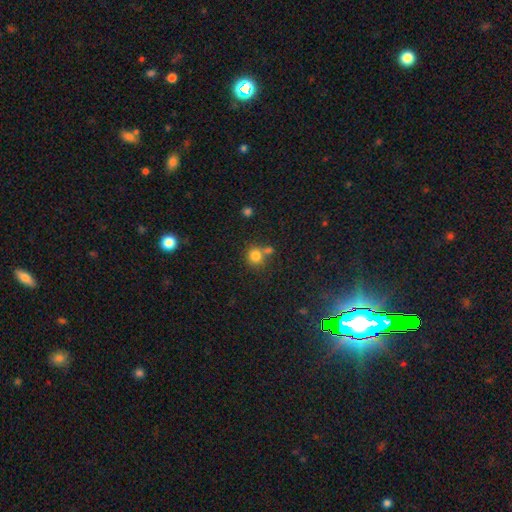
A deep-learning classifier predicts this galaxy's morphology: smooth_or_featured: smooth (p=0.81) [alt: star or artifact p=0.12]
how_rounded: round (p=0.86) [alt: in between p=0.13]
merging: none (p=0.57) [alt: merger p=0.29]